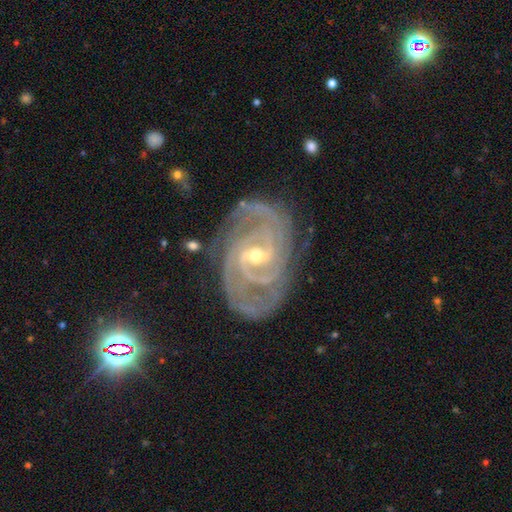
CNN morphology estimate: smooth_or_featured: featured or disk (p=0.92) [alt: star or artifact p=0.05]
disk_edge_on: no (p=0.97) [alt: yes p=0.03]
bar: weak (p=0.50) [alt: strong p=0.30]
has_spiral_arms: yes (p=0.99) [alt: no p=0.01]
spiral_winding: tight (p=0.72) [alt: medium p=0.25]
spiral_arm_count: 2 (p=0.29) [alt: 3 p=0.28]
bulge_size: small (p=0.53) [alt: moderate p=0.44]
merging: none (p=0.77) [alt: minor disturbance p=0.16]